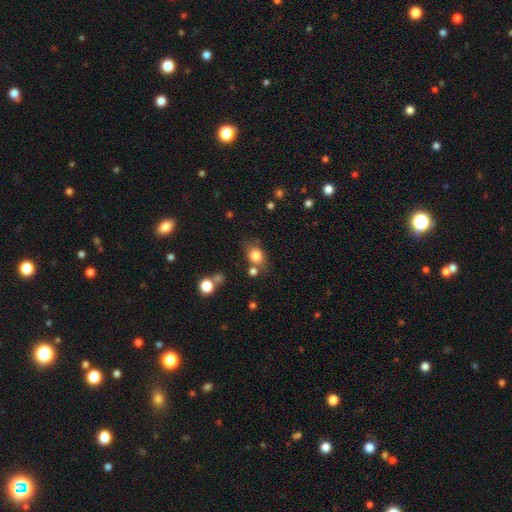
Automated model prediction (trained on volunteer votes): A smooth galaxy with no disk features (81%) that is in between round and cigar-shaped (53%). Merging: none (66%).